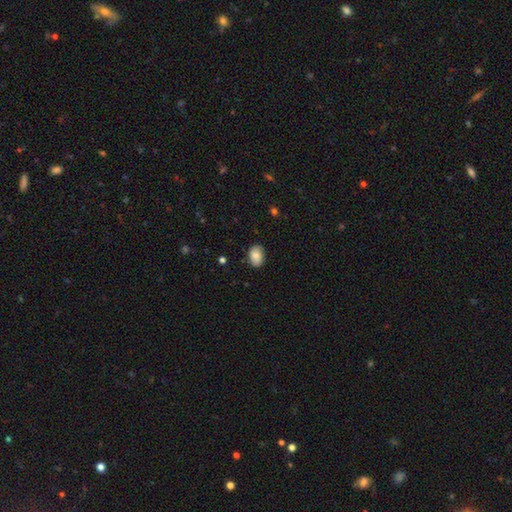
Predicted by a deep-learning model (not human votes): smooth 77%, featured or disk 15%, star or artifact 8%. Down the decision tree: how rounded — in between (80%); merging — none (80%).